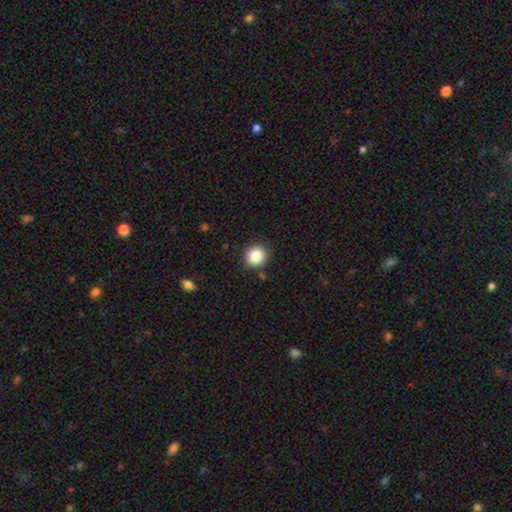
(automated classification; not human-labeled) Smooth or featured: smooth — 86% (star or artifact — 10%)
How rounded: round — 87% (in between — 12%)
Merging: none — 88% (minor disturbance — 8%)